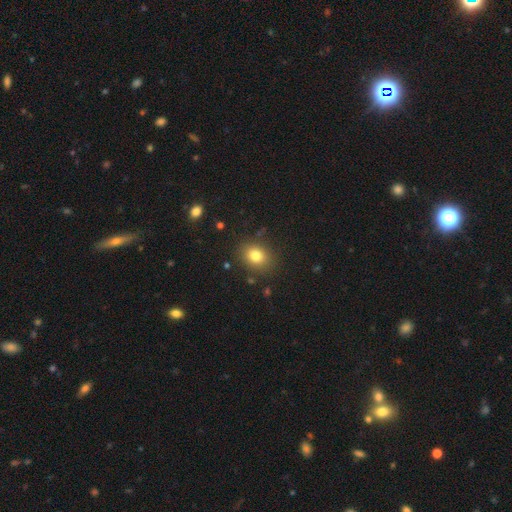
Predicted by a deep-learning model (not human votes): smooth-or-featured: smooth: 80% | star or artifact: 12% | featured or disk: 8%
  how-rounded: round: 51% | in between: 48% | cigar-shaped: 1%
  merging: none: 85% | minor disturbance: 10% | major disturbance: 3% | merger: 2%